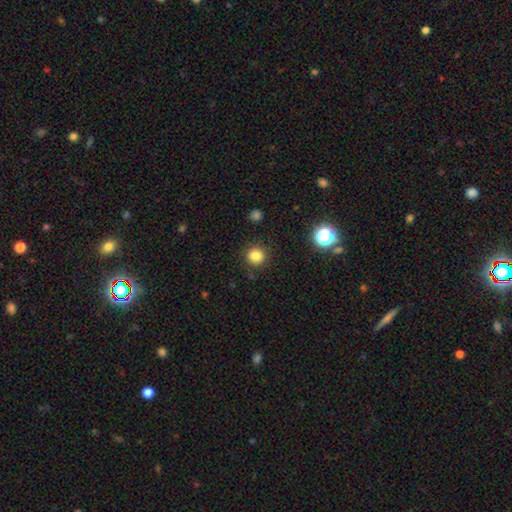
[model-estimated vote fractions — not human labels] Morphology: type=smooth (82%); roundness=round (91%); merging=none (90%).